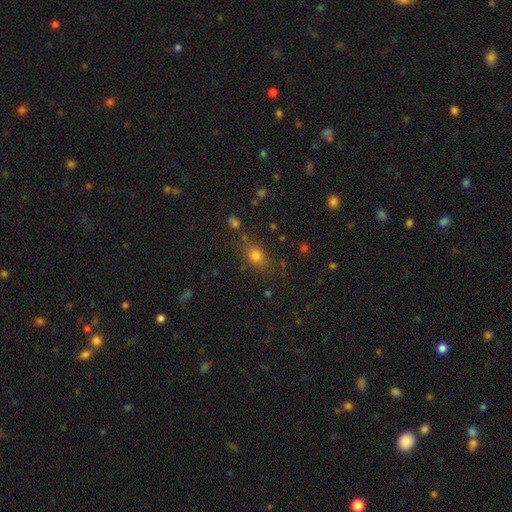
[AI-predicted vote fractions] Morphology: type=smooth (75%); roundness=in between (62%); merging=none (74%).